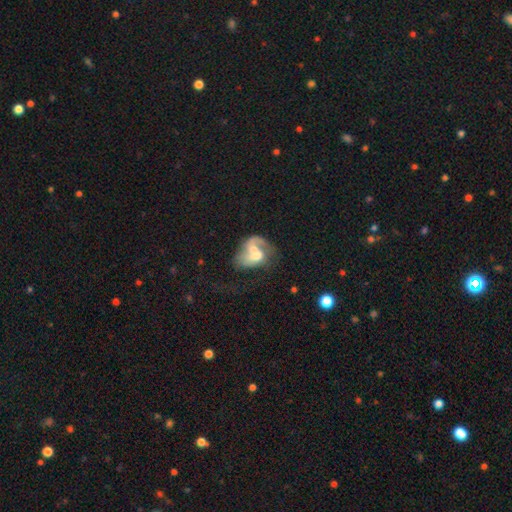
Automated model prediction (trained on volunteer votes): smooth-or-featured: featured or disk: 55% | smooth: 37% | star or artifact: 8%
  disk-edge-on: no: 97% | yes: 3%
    bar: no: 71% | weak: 23% | strong: 6%
    has-spiral-arms: yes: 52% | no: 48%
    bulge-size: moderate: 54% | small: 20% | large: 15% | none: 9% | dominant: 3%
  merging: merger: 63% | major disturbance: 16% | none: 14% | minor disturbance: 8%